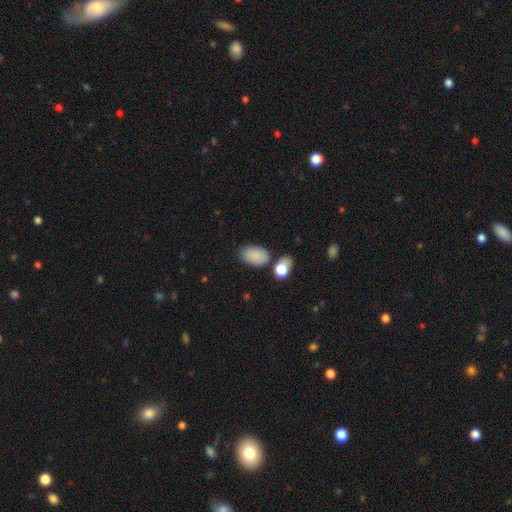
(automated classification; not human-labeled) Smooth or featured: smooth — 86% (star or artifact — 8%)
How rounded: in between — 90% (round — 9%)
Merging: none — 67% (minor disturbance — 18%)